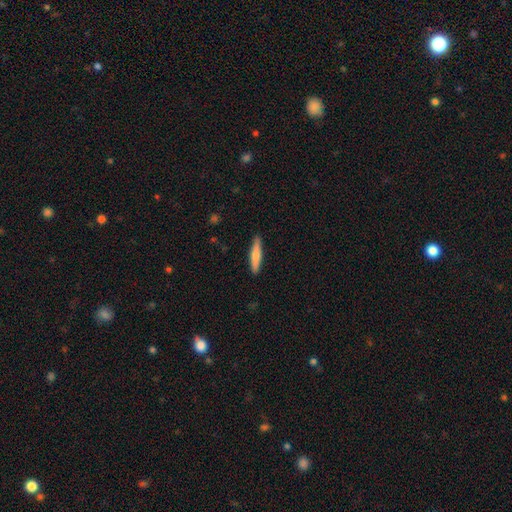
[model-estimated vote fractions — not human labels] Morphology: type=smooth (71%); roundness=cigar-shaped (86%); merging=none (89%).